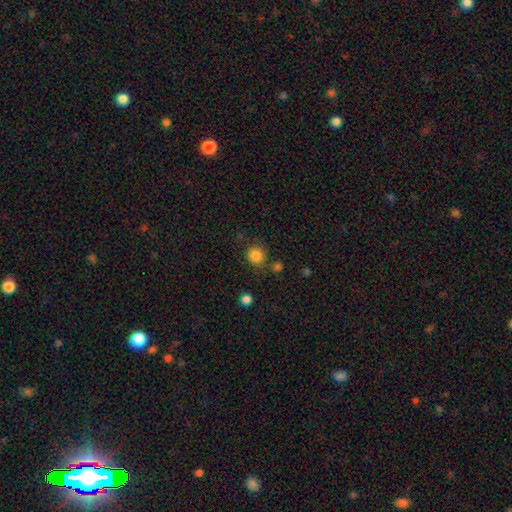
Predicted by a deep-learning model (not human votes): This is clearly a smooth galaxy (84%). How rounded: clearly round (91%). Merging: likely none (79%).